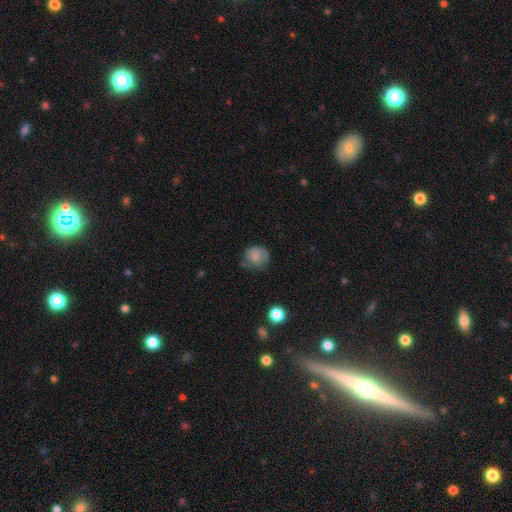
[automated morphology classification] Q: Smooth or featured?
A: smooth (74%); runner-up: featured or disk (16%)
Q: How rounded?
A: round (78%); runner-up: in between (21%)
Q: Merging?
A: none (54%); runner-up: minor disturbance (30%)